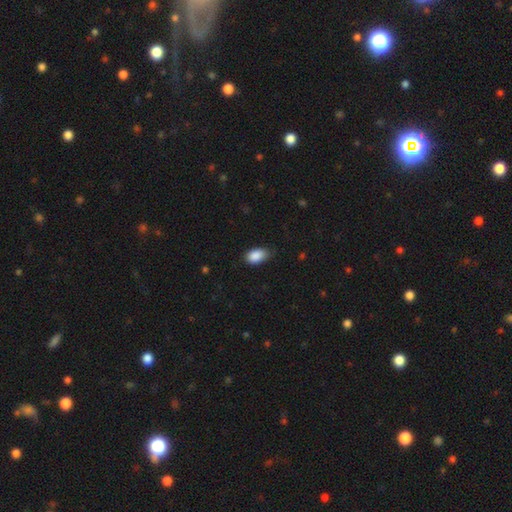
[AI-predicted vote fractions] Smooth or featured? smooth (89%)
How rounded? in between (92%)
Merging? none (70%)